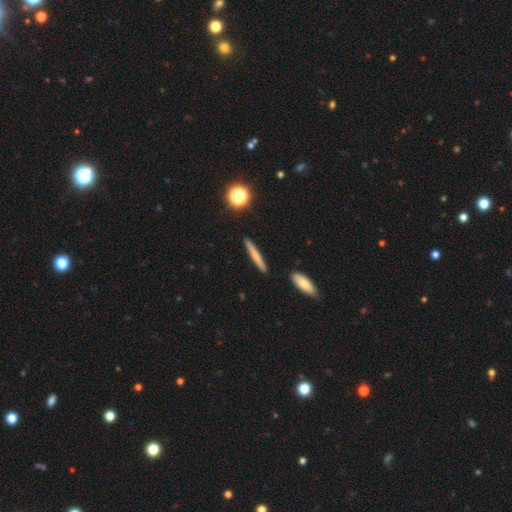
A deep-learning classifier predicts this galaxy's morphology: A smooth galaxy with no disk features (66%) that is cigar-shaped (93%). Merging: none (89%).